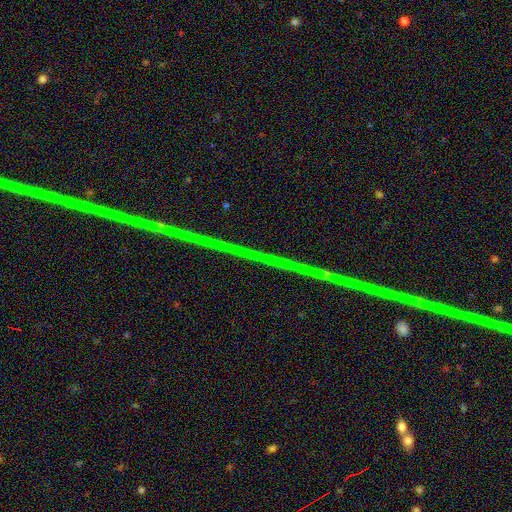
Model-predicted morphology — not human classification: type=star or artifact (78%).